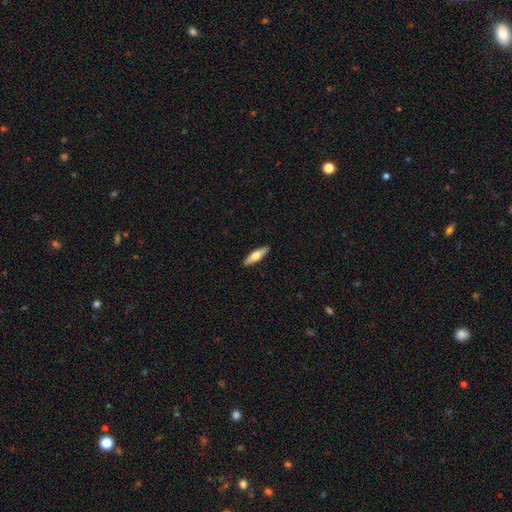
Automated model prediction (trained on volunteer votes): smooth_or_featured: smooth (p=0.56) [alt: featured or disk p=0.39]
how_rounded: cigar-shaped (p=0.58) [alt: in between p=0.40]
merging: none (p=0.90) [alt: minor disturbance p=0.07]